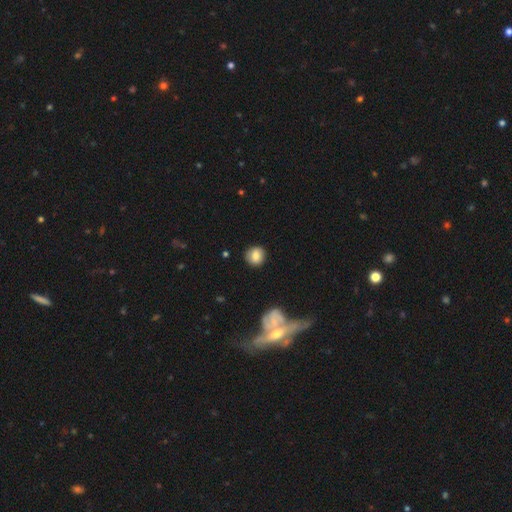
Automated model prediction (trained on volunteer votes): smooth_or_featured: smooth (p=0.80) [alt: featured or disk p=0.11]
how_rounded: round (p=0.87) [alt: in between p=0.12]
merging: none (p=0.85) [alt: minor disturbance p=0.10]